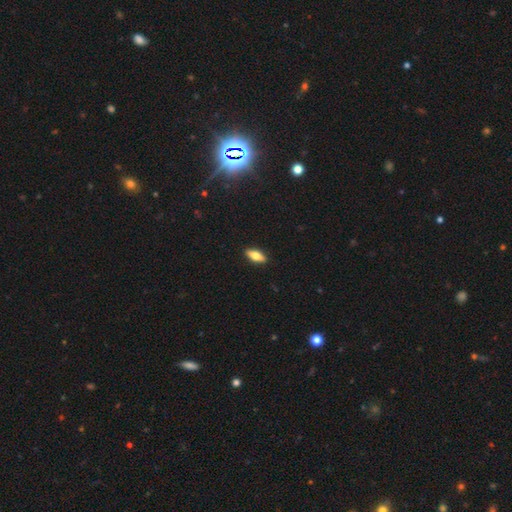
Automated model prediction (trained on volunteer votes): smooth 67%, featured or disk 26%, star or artifact 7%. Down the decision tree: how rounded — in between (74%); merging — none (90%).